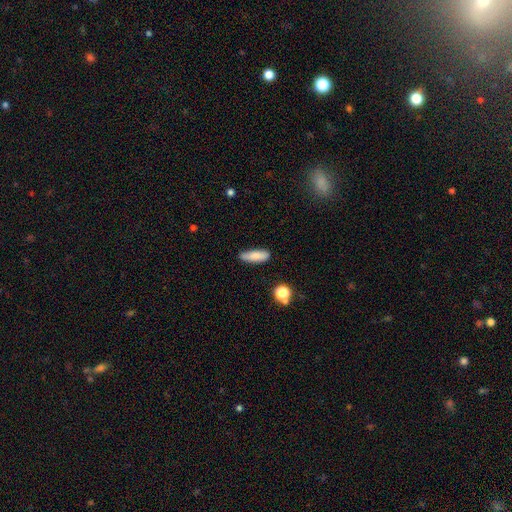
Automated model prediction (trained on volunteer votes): This is clearly a smooth galaxy (83%). How rounded: possibly in between (54%). Merging: likely none (78%).